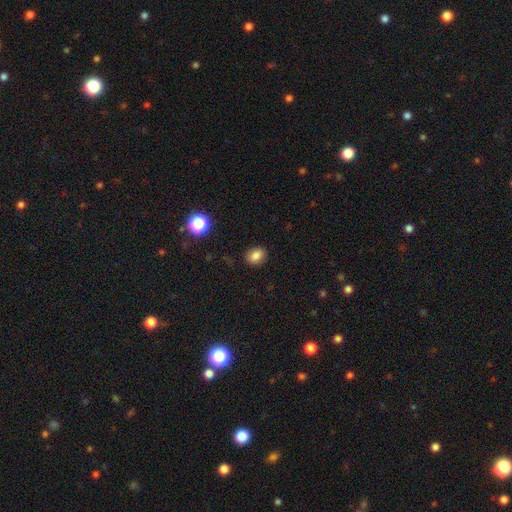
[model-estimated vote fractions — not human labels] smooth-or-featured: smooth: 83% | star or artifact: 11% | featured or disk: 5%
  how-rounded: in between: 58% | round: 41% | cigar-shaped: 1%
  merging: none: 87% | minor disturbance: 9% | major disturbance: 3% | merger: 1%